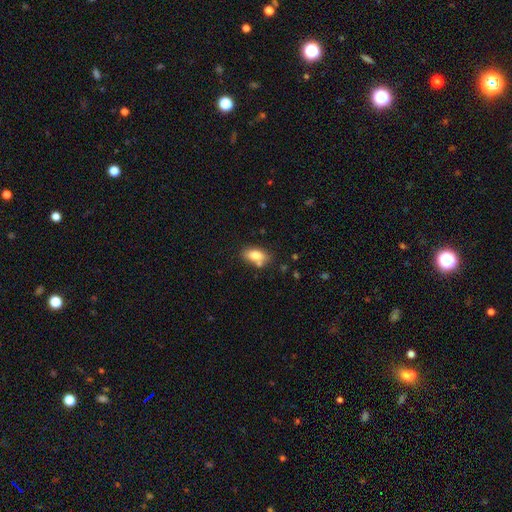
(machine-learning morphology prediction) A smooth galaxy with no disk features (78%) that is in between round and cigar-shaped (88%). Merging: none (67%).